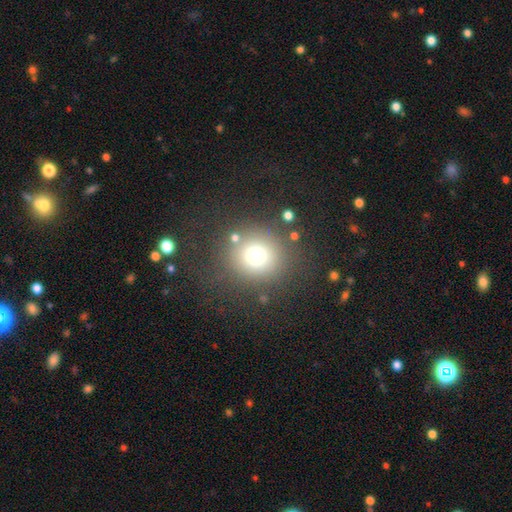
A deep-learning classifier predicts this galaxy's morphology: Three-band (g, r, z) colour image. It shows a smooth galaxy with no disk features (71%) that is round (87%). Merging: none (80%).